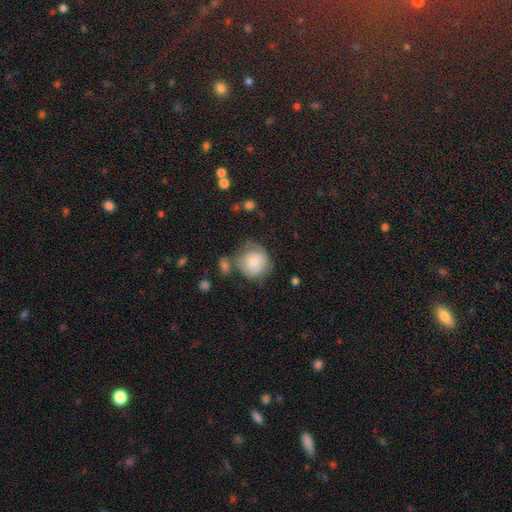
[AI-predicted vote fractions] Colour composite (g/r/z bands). It shows a smooth galaxy with no disk features (49%). Merging: none (76%).